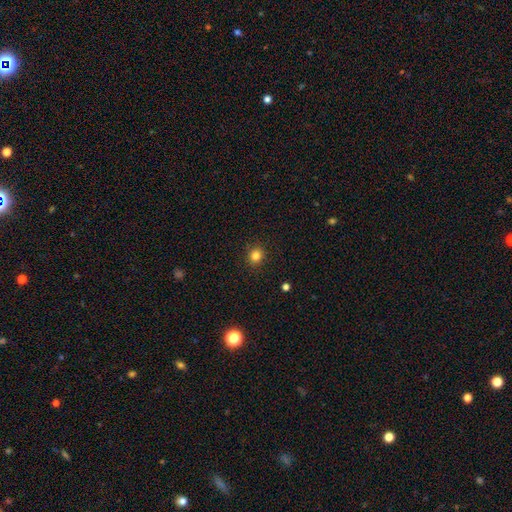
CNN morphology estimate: type=smooth (82%); roundness=round (81%); merging=none (90%).